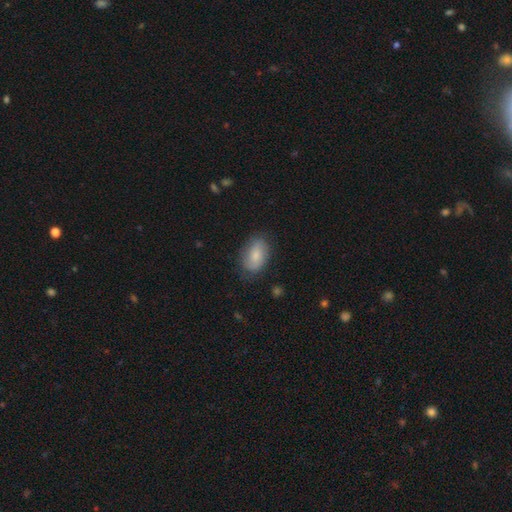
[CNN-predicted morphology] Overall: smooth (73%). How rounded: in between (87%). Merging: none (72%).